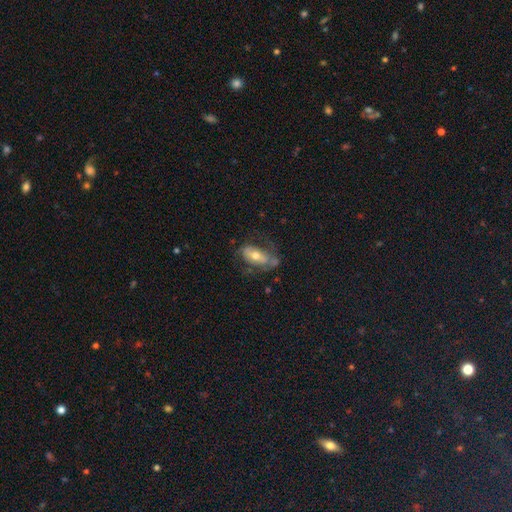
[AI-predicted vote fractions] A featured or disk galaxy (49%).

Vote fractions:
- Smooth or featured? featured or disk: 49% / smooth: 43% / star or artifact: 8%
- Merging? none: 48% / minor disturbance: 25% / major disturbance: 22% / merger: 5%